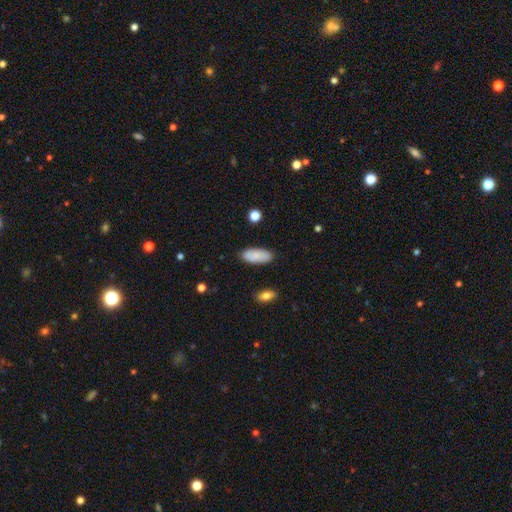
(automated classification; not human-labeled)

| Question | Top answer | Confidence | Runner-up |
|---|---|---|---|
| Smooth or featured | smooth | 84% | featured or disk (10%) |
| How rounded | in between | 86% | cigar-shaped (12%) |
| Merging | none | 85% | minor disturbance (11%) |